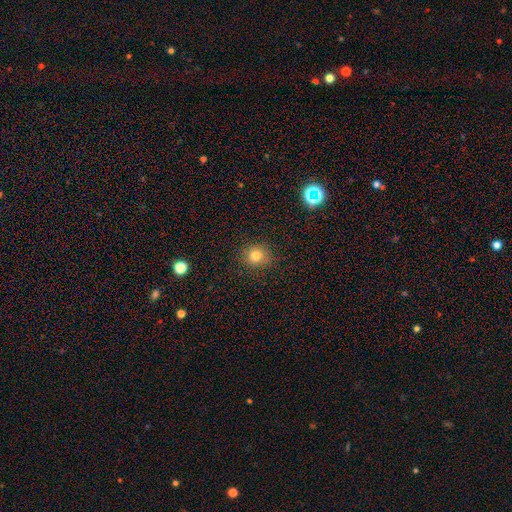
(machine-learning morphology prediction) type=smooth (79%); roundness=round (85%); merging=none (87%).